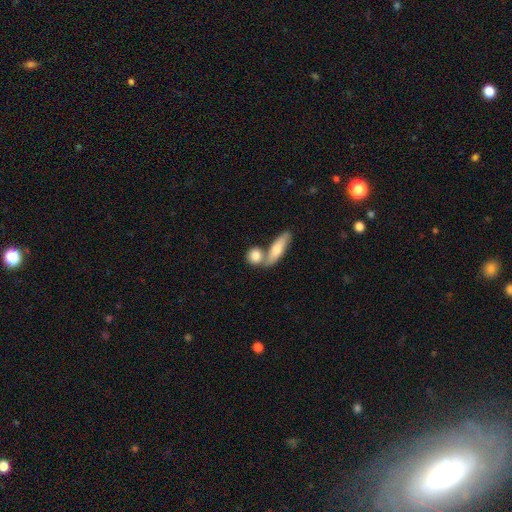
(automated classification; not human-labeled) smooth_or_featured: smooth (p=0.80) [alt: featured or disk p=0.14]
how_rounded: round (p=0.49) [alt: in between p=0.38]
merging: none (p=0.45) [alt: merger p=0.42]